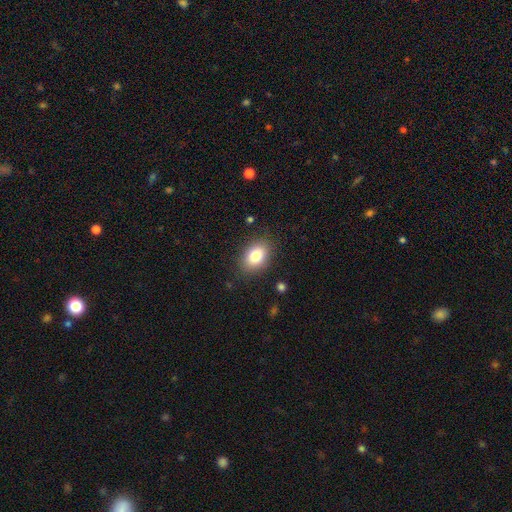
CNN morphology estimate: Smooth or featured?
  - smooth: 81% *
  - featured or disk: 10%
  - star or artifact: 9%
How rounded?
  - in between: 82% *
  - round: 17%
  - cigar-shaped: 1%
Merging?
  - none: 85% *
  - minor disturbance: 10%
  - major disturbance: 3%
  - merger: 1%